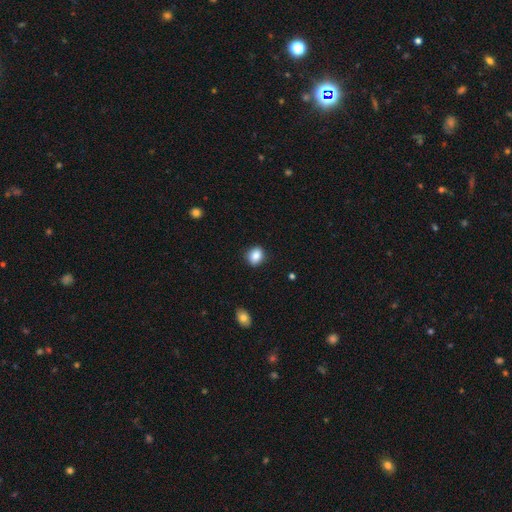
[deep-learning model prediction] Smooth or featured?
  - smooth: 86% *
  - star or artifact: 9%
  - featured or disk: 5%
How rounded?
  - round: 57% *
  - in between: 42%
  - cigar-shaped: 1%
Merging?
  - none: 87% *
  - minor disturbance: 9%
  - major disturbance: 2%
  - merger: 1%